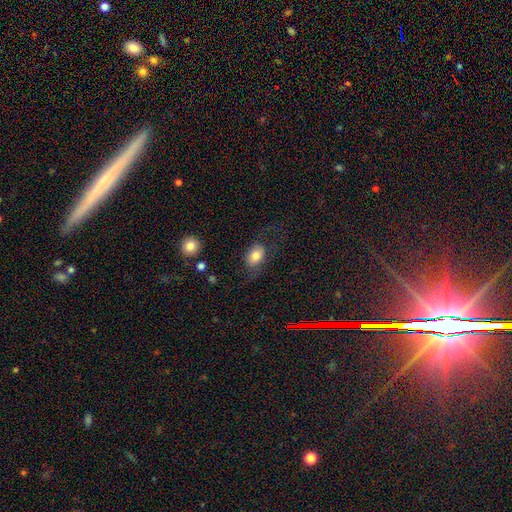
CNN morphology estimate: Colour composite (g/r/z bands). It shows a smooth galaxy with no disk features (77%) that is in between round and cigar-shaped (82%). Merging: none (57%).